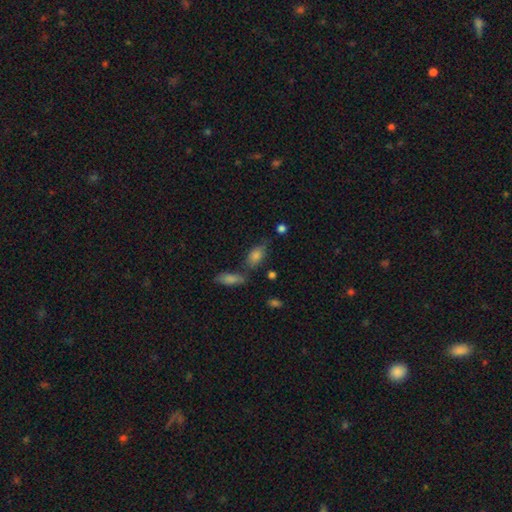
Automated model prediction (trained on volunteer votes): Smooth or featured? smooth (76%)
How rounded? in between (84%)
Merging? none (61%)